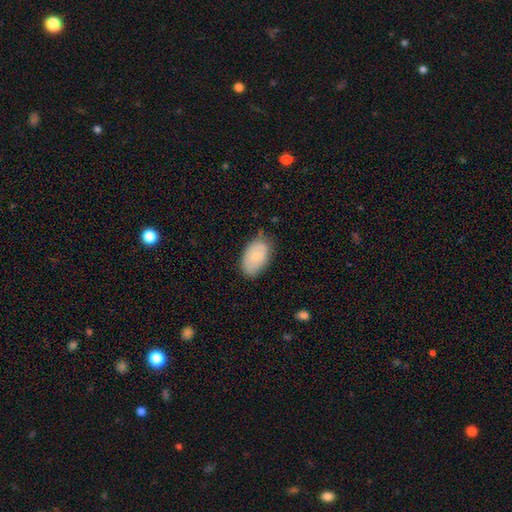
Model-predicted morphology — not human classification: Smooth or featured? Predicted: smooth (p=0.69). How rounded? Predicted: in between (p=0.91). Merging? Predicted: none (p=0.70).